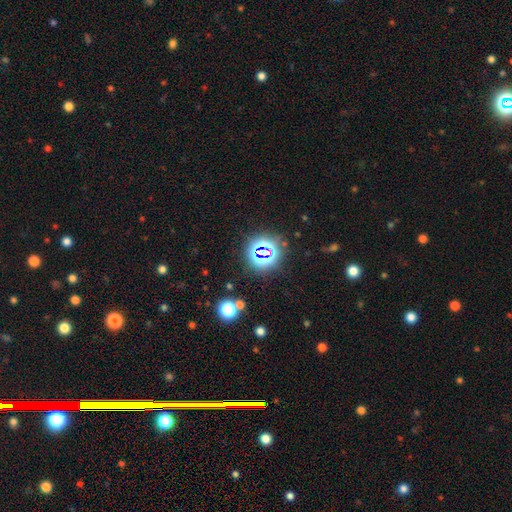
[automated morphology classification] Overall: star or artifact (74%).